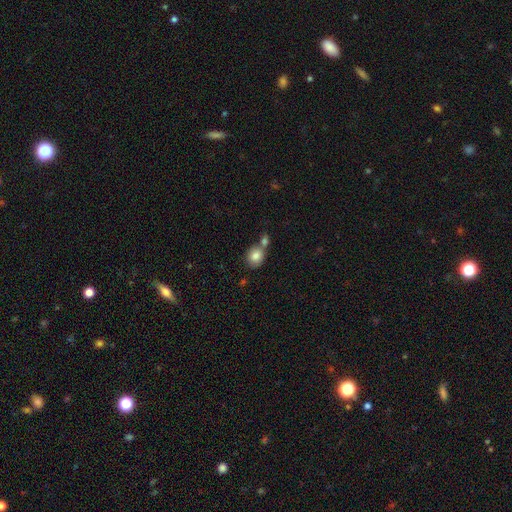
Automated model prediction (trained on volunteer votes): A smooth galaxy with no disk features (83%) that is round (71%). Merging: none (51%).